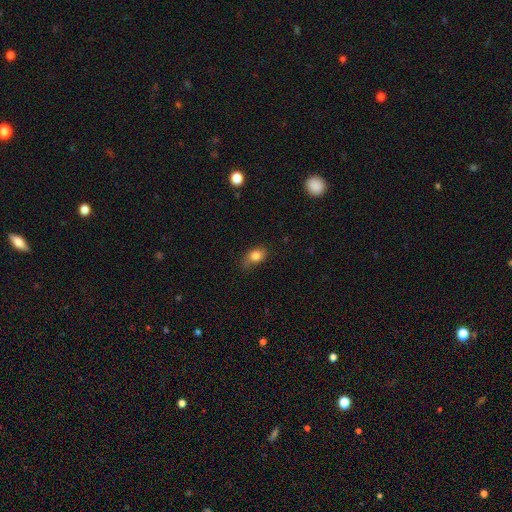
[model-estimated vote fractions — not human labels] smooth 83%, star or artifact 9%, featured or disk 8%. Down the decision tree: how rounded — in between (76%); merging — none (61%).